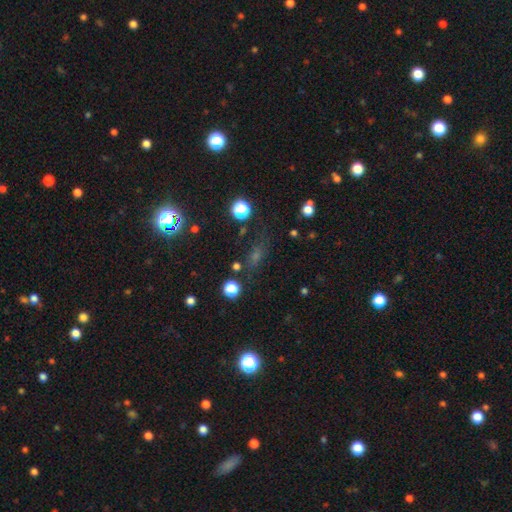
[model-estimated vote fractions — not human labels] smooth-or-featured: star or artifact: 48% | smooth: 35% | featured or disk: 17%